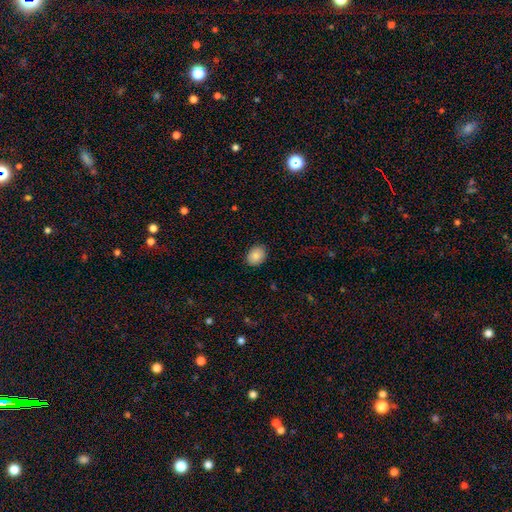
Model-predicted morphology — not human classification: Smooth or featured?
  - smooth: 88% *
  - star or artifact: 8%
  - featured or disk: 5%
How rounded?
  - in between: 59% *
  - round: 40%
  - cigar-shaped: 1%
Merging?
  - none: 89% *
  - minor disturbance: 8%
  - major disturbance: 2%
  - merger: 1%